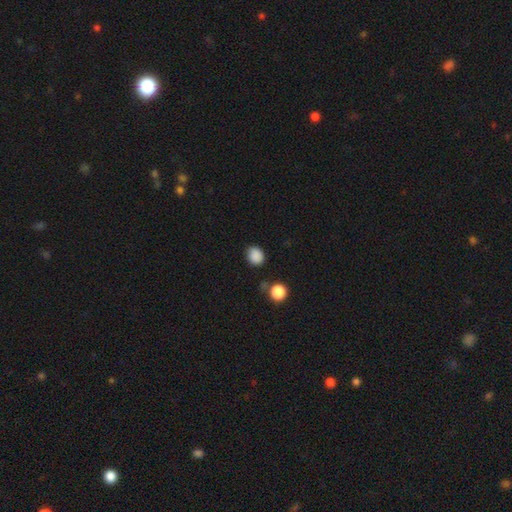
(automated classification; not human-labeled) This is clearly a smooth galaxy (86%). How rounded: likely round (65%). Merging: likely none (78%).